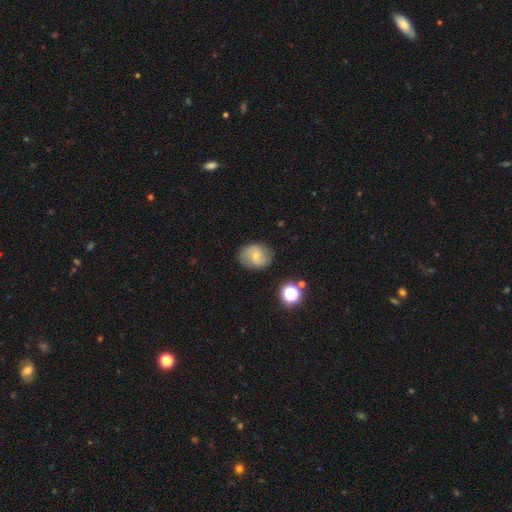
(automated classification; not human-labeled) Q: Smooth or featured?
A: featured or disk (50%); runner-up: smooth (40%)
Q: Edge-on disk?
A: no (97%); runner-up: yes (3%)
Q: Merging?
A: none (77%); runner-up: minor disturbance (16%)